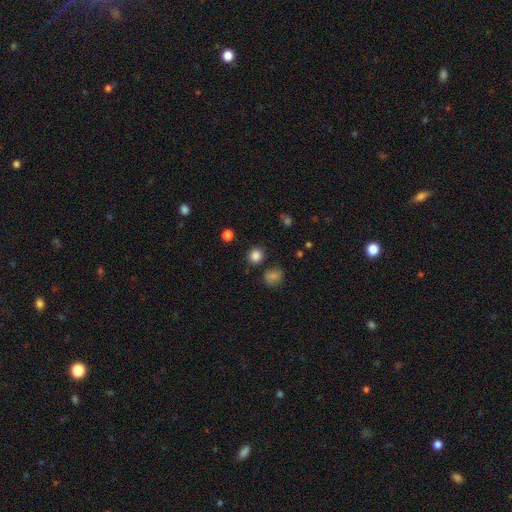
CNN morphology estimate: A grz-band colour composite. It shows a smooth galaxy with no disk features (83%) that is round (89%). Merging: none (86%).